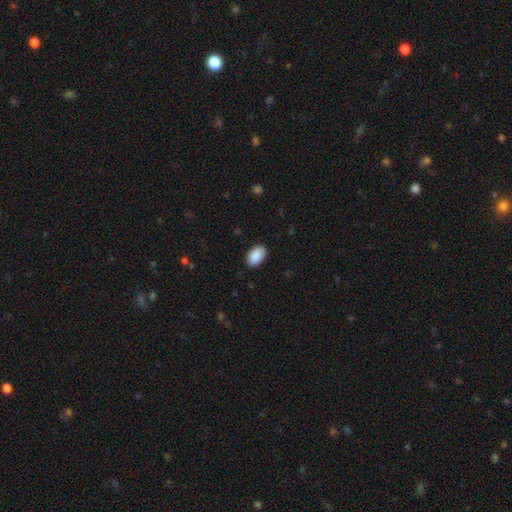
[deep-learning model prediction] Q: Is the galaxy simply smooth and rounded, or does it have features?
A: smooth — 91%.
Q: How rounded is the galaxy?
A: in between — 92%.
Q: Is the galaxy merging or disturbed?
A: none — 88%.